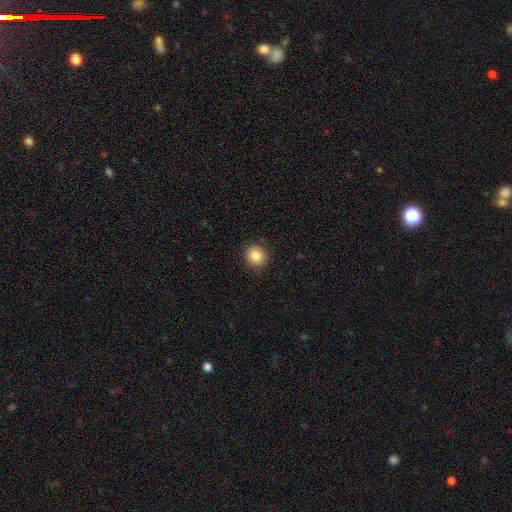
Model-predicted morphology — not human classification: Smooth or featured? smooth (86%)
How rounded? round (87%)
Merging? none (89%)